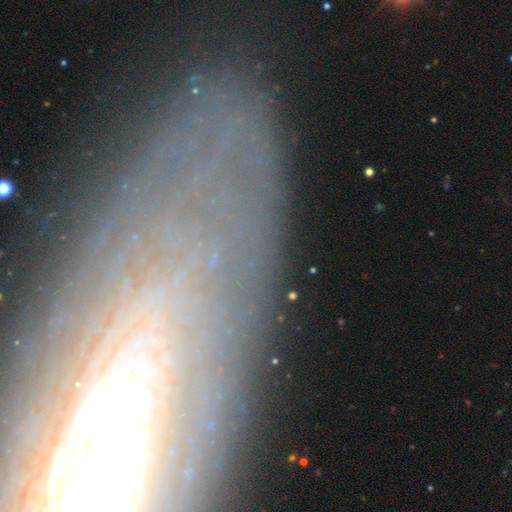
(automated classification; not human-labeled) Q: Smooth or featured?
A: featured or disk (43%); runner-up: star or artifact (37%)
Q: Merging?
A: none (80%); runner-up: minor disturbance (11%)